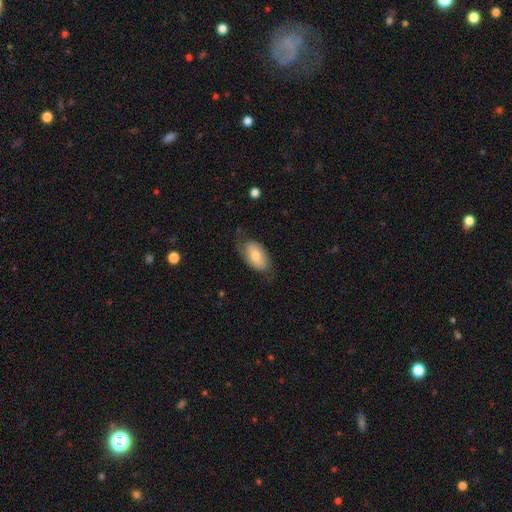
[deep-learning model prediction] smooth-or-featured: smooth: 66% | featured or disk: 28% | star or artifact: 6%
  how-rounded: in between: 93% | round: 5% | cigar-shaped: 2%
  merging: none: 60% | minor disturbance: 27% | major disturbance: 12% | merger: 1%